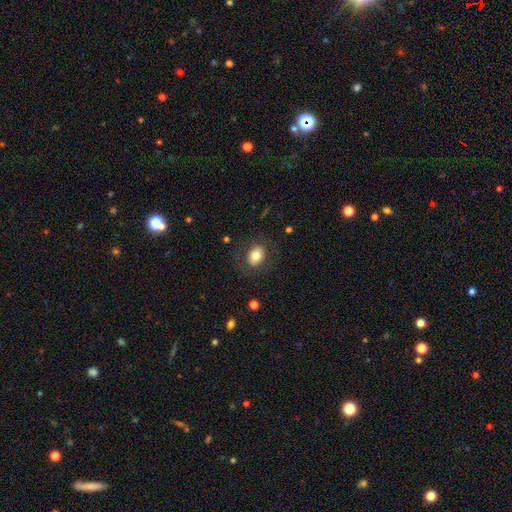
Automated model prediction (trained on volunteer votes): A smooth galaxy with no disk features (76%) that is in between round and cigar-shaped (60%).

Vote fractions:
- Smooth or featured? smooth: 76% / featured or disk: 16% / star or artifact: 9%
- How rounded? in between: 60% / round: 39% / cigar-shaped: 1%
- Merging? none: 81% / minor disturbance: 11% / major disturbance: 7% / merger: 1%